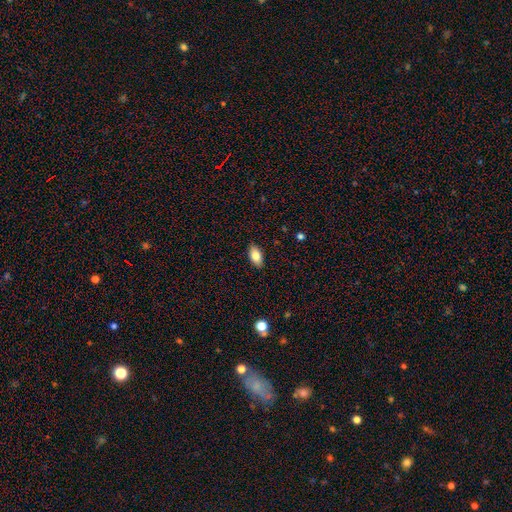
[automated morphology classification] smooth 80%, featured or disk 12%, star or artifact 7%. Down the decision tree: how rounded — in between (91%); merging — none (89%).